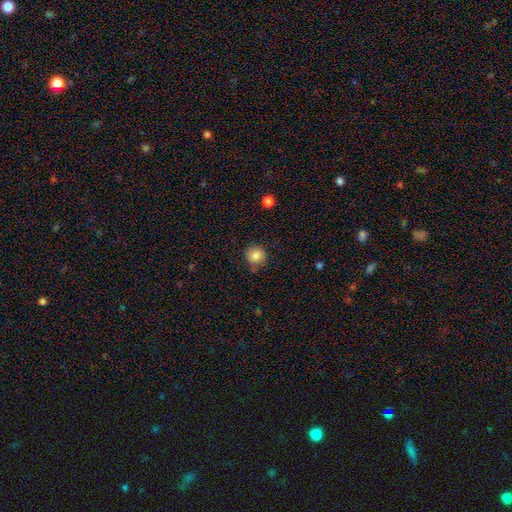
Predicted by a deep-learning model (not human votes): A smooth galaxy with no disk features (85%) that is round (92%). Merging: none (81%).